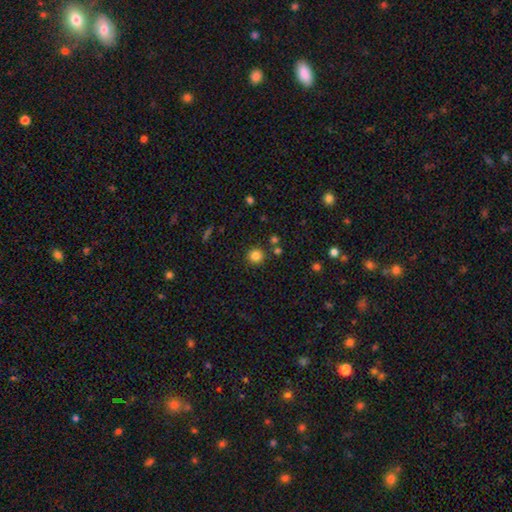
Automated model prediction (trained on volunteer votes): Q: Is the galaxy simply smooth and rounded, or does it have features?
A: smooth — 82%.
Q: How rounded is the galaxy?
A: round — 94%.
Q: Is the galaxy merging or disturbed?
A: none — 86%.